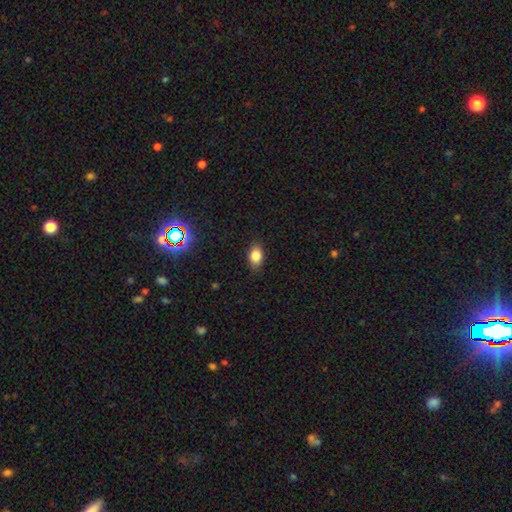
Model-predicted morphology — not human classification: type=smooth (82%); roundness=in between (81%); merging=none (85%).